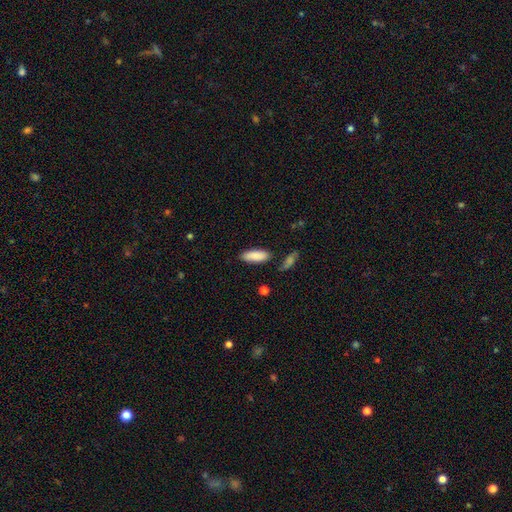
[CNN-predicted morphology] A smooth galaxy with no disk features (87%) that is in between round and cigar-shaped (73%).

Vote fractions:
- Smooth or featured? smooth: 87% / featured or disk: 6% / star or artifact: 6%
- How rounded? in between: 73% / cigar-shaped: 25% / round: 2%
- Merging? none: 80% / minor disturbance: 13% / merger: 4% / major disturbance: 3%